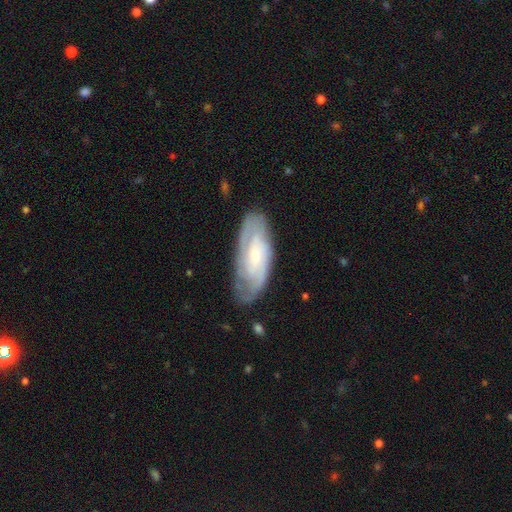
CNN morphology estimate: This appears to be a featured or disk galaxy (75%) with no bar (60%), 2 (39%) tight (59%) spiral arms (91%) and a small central bulge (68%). Merging: none (77%).